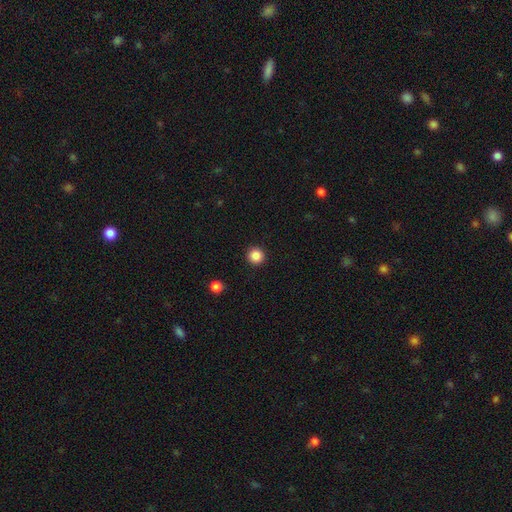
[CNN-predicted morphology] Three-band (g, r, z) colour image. It shows a smooth galaxy with no disk features (86%) that is round (96%). Merging: none (93%).